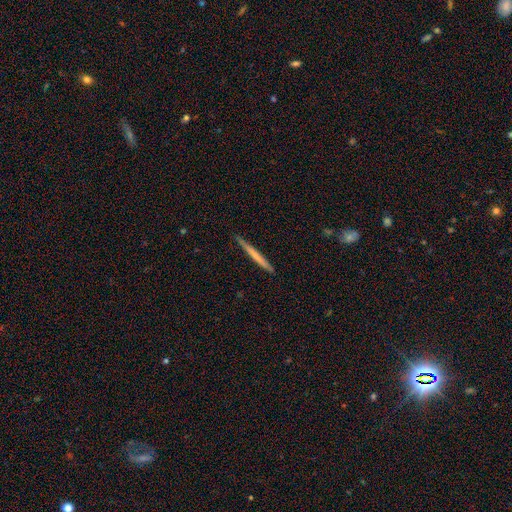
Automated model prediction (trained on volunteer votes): A smooth galaxy with no disk features (58%) that is cigar-shaped (97%). Merging: none (90%).